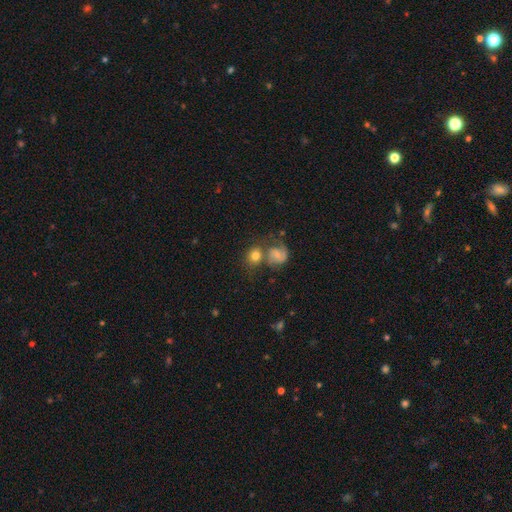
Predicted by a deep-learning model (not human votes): Morphology: type=smooth (64%); roundness=round (76%); merging=none (47%).